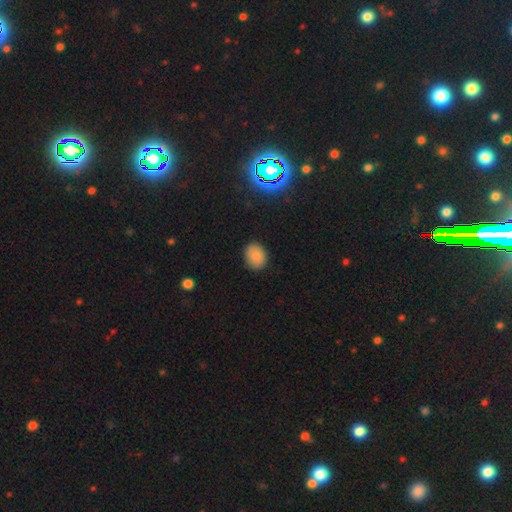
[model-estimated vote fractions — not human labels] smooth-or-featured: smooth: 86% | star or artifact: 9% | featured or disk: 5%
  how-rounded: in between: 54% | round: 45% | cigar-shaped: 1%
  merging: none: 87% | minor disturbance: 10% | major disturbance: 2% | merger: 1%